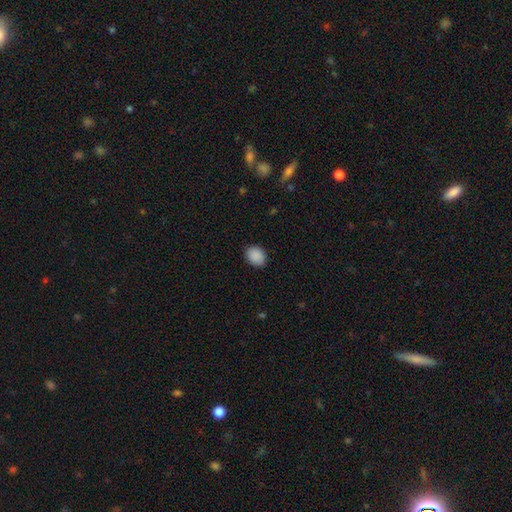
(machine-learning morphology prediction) Q: Smooth or featured?
A: smooth (90%); runner-up: star or artifact (8%)
Q: How rounded?
A: in between (57%); runner-up: round (42%)
Q: Merging?
A: none (87%); runner-up: minor disturbance (10%)